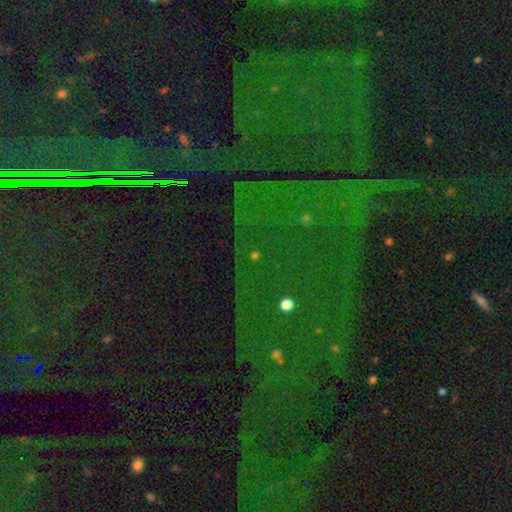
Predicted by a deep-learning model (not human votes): Morphology: type=star or artifact (85%).